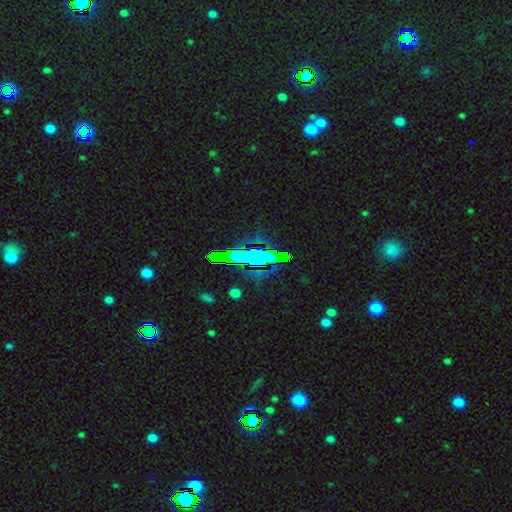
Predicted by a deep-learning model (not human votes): Morphology: type=star or artifact (70%).